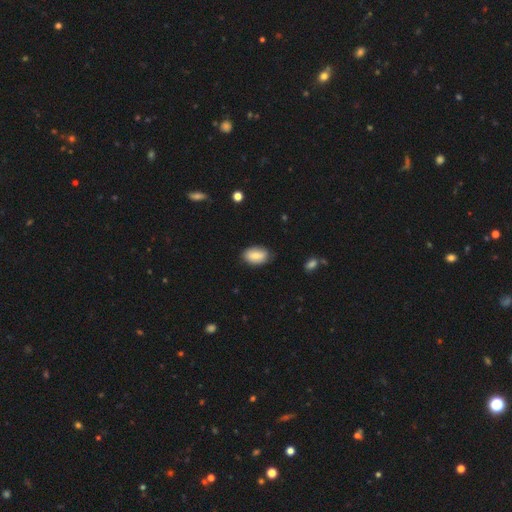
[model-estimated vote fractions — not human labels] Smooth or featured? Predicted: smooth (p=0.77). How rounded? Predicted: in between (p=0.91). Merging? Predicted: none (p=0.80).